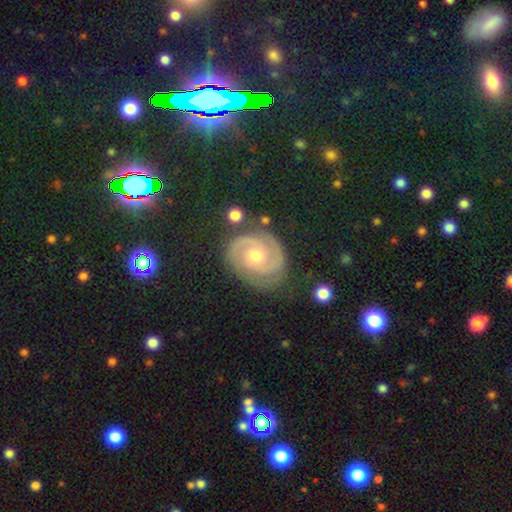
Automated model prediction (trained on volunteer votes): Morphology: type=featured or disk (88%); edge-on=no (98%); bar=no (68%); spiral arms=yes (97%); winding=tight (58%); arm count=2 (89%); bulge=moderate (62%); merging=none (79%).